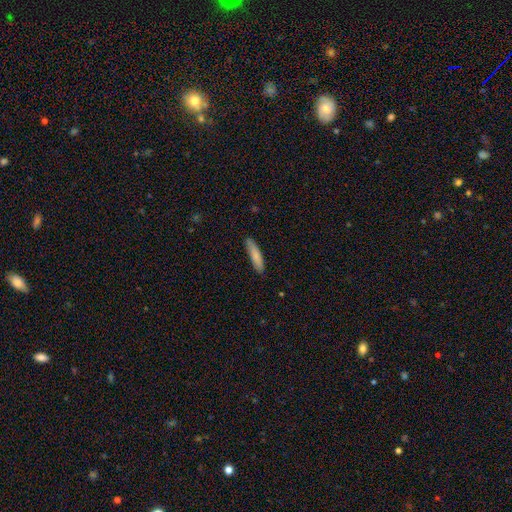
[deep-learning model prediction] Smooth or featured? smooth (82%)
How rounded? cigar-shaped (83%)
Merging? none (85%)